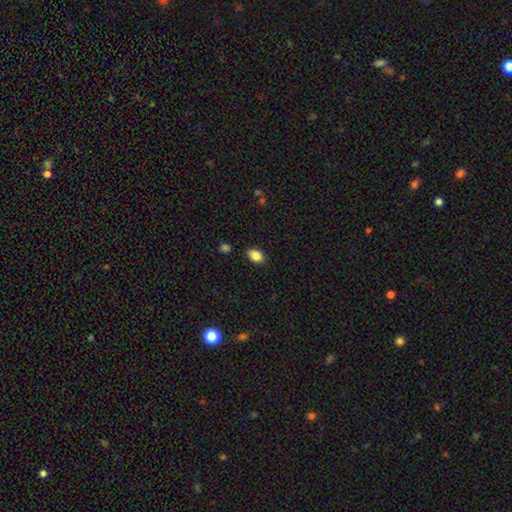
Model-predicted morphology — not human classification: Smooth or featured?
  - smooth: 86% *
  - star or artifact: 9%
  - featured or disk: 5%
How rounded?
  - in between: 85% *
  - round: 14%
  - cigar-shaped: 1%
Merging?
  - none: 87% *
  - minor disturbance: 9%
  - major disturbance: 2%
  - merger: 2%